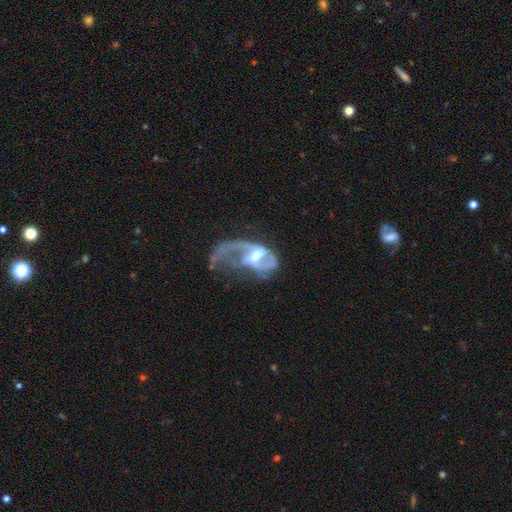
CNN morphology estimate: Q: Smooth or featured?
A: featured or disk (81%); runner-up: smooth (13%)
Q: Edge-on disk?
A: no (96%); runner-up: yes (4%)
Q: Bar?
A: weak (46%); runner-up: no (33%)
Q: Spiral arms?
A: yes (83%); runner-up: no (17%)
Q: Spiral winding?
A: loose (55%); runner-up: medium (34%)
Q: Spiral arm count?
A: 2 (51%); runner-up: 1 (31%)
Q: Bulge size?
A: moderate (67%); runner-up: small (21%)
Q: Merging?
A: major disturbance (55%); runner-up: none (22%)